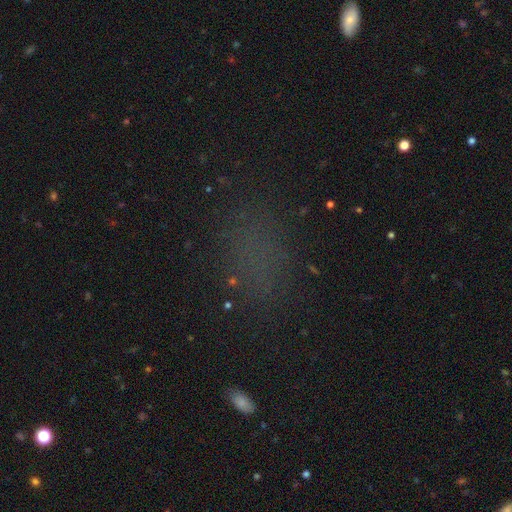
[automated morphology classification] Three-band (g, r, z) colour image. It shows a smooth galaxy with no disk features (52%) that is in between round and cigar-shaped (65%). Merging: none (77%).